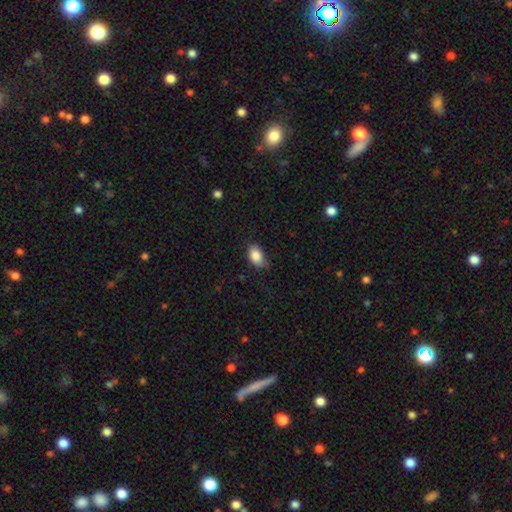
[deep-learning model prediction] Q: Smooth or featured?
A: smooth (86%); runner-up: star or artifact (8%)
Q: How rounded?
A: in between (86%); runner-up: round (13%)
Q: Merging?
A: none (66%); runner-up: minor disturbance (27%)